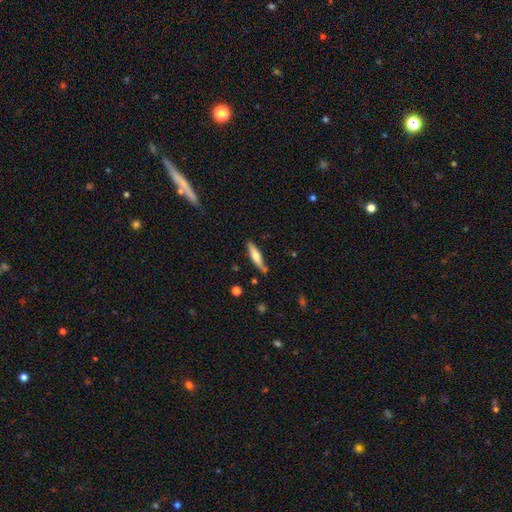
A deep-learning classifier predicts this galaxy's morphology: smooth_or_featured: smooth (p=0.56) [alt: featured or disk p=0.38]
how_rounded: cigar-shaped (p=0.81) [alt: in between p=0.17]
merging: none (p=0.82) [alt: minor disturbance p=0.12]